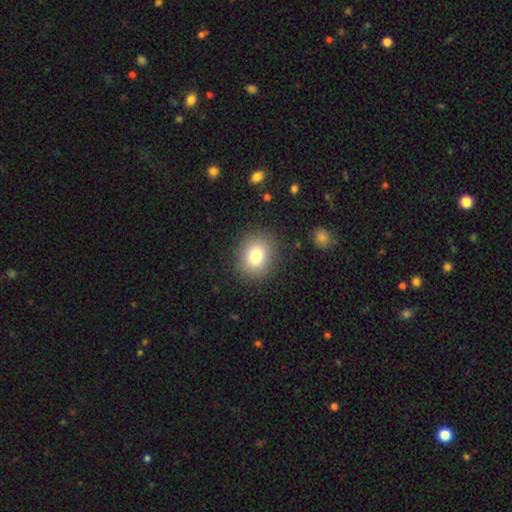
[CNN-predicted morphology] Q: Smooth or featured?
A: smooth (79%); runner-up: star or artifact (11%)
Q: How rounded?
A: round (61%); runner-up: in between (38%)
Q: Merging?
A: none (87%); runner-up: minor disturbance (8%)